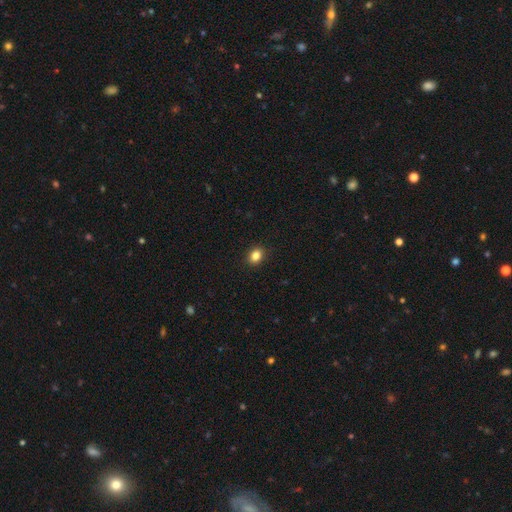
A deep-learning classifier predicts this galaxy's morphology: This is clearly a smooth galaxy (85%). How rounded: possibly in between (54%). Merging: clearly none (90%).